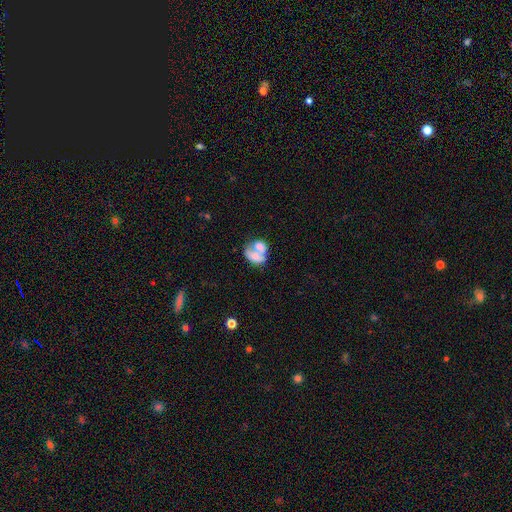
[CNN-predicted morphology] This appears to be a smooth galaxy with no disk features (54%) that is in between round and cigar-shaped (67%). Merging: merger (66%).